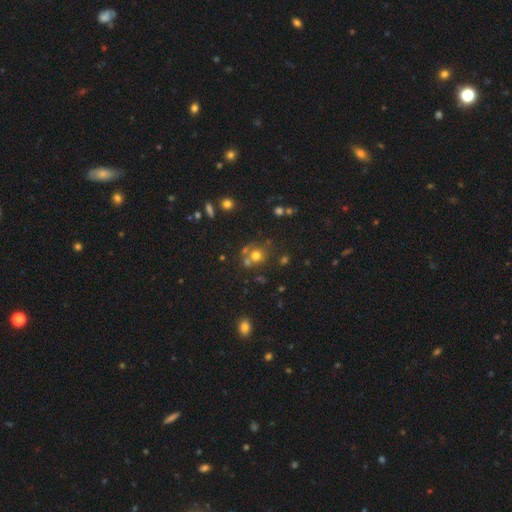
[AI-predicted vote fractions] A smooth galaxy with no disk features (66%) that is round (85%).

Vote fractions:
- Smooth or featured? smooth: 66% / star or artifact: 20% / featured or disk: 14%
- How rounded? round: 85% / in between: 14% / cigar-shaped: 1%
- Merging? none: 56% / merger: 29% / minor disturbance: 10% / major disturbance: 5%